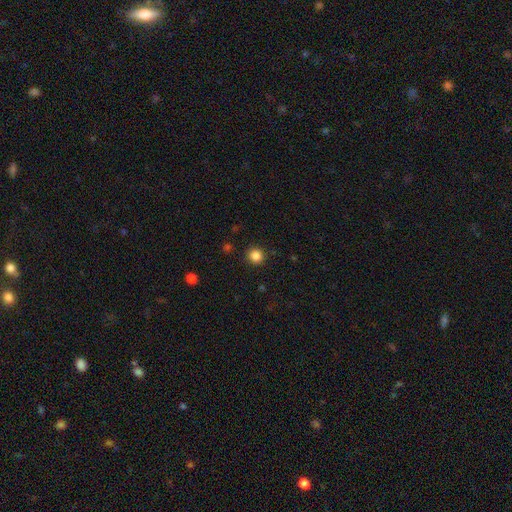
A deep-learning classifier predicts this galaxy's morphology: type=smooth (85%); roundness=round (92%); merging=none (91%).